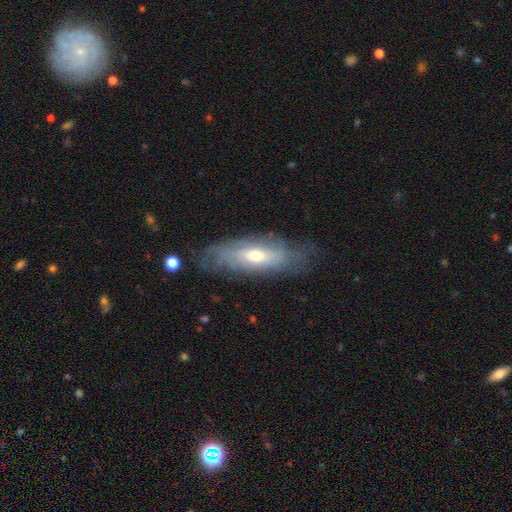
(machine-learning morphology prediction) Q: Smooth or featured?
A: featured or disk (59%); runner-up: smooth (34%)
Q: Edge-on disk?
A: no (70%); runner-up: yes (30%)
Q: Merging?
A: none (69%); runner-up: minor disturbance (21%)